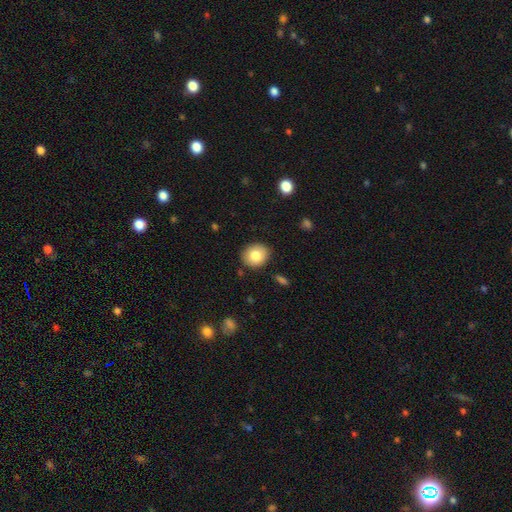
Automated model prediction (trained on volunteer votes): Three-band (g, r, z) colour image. It shows a smooth galaxy with no disk features (81%) that is round (68%). Merging: none (88%).